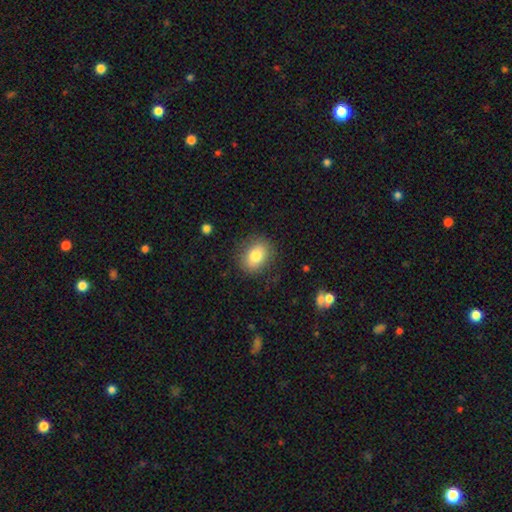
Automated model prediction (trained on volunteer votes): Smooth or featured? smooth (81%)
How rounded? in between (58%)
Merging? none (84%)